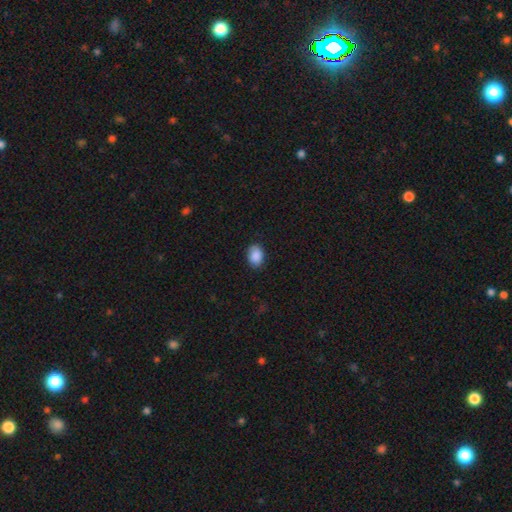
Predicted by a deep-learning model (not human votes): Q: Smooth or featured?
A: smooth (89%); runner-up: star or artifact (7%)
Q: How rounded?
A: in between (75%); runner-up: round (24%)
Q: Merging?
A: none (84%); runner-up: minor disturbance (12%)